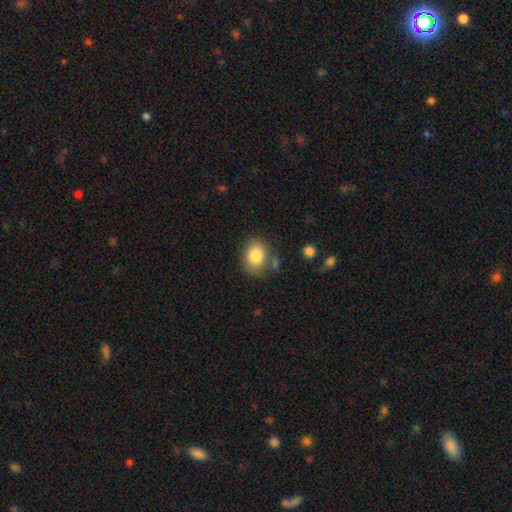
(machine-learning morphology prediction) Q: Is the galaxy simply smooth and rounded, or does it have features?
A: smooth — 84%.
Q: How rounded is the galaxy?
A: in between — 59%.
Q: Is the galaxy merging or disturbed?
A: none — 72%.